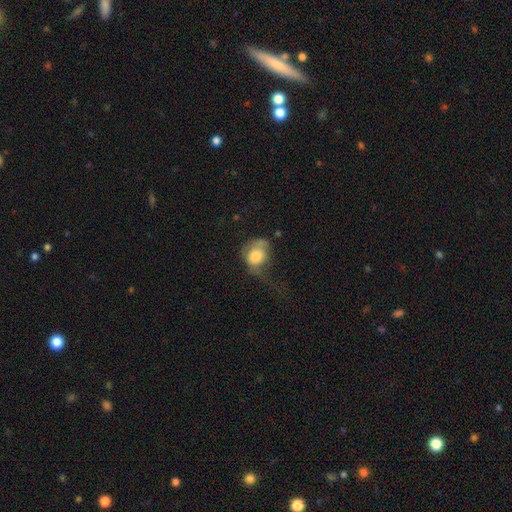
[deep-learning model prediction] Overall: smooth (67%). How rounded: round (58%; in between 41%). Merging: major disturbance (47%; minor disturbance 25%).